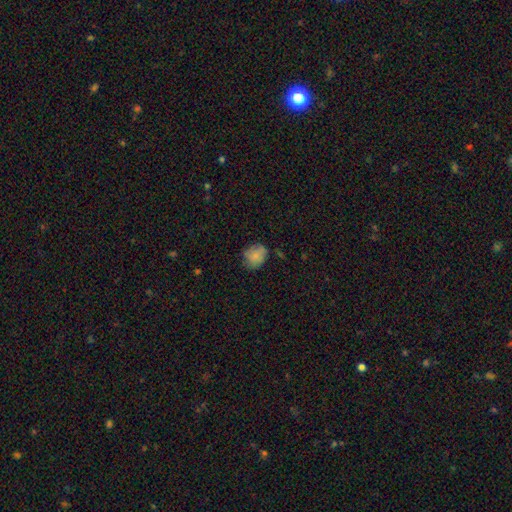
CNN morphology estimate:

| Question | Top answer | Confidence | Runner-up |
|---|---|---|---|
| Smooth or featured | smooth | 79% | featured or disk (12%) |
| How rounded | round | 53% | in between (46%) |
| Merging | none | 65% | minor disturbance (26%) |